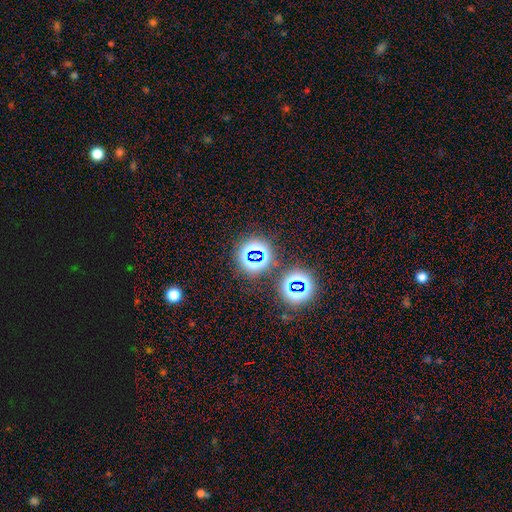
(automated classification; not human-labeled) Smooth or featured: star or artifact — 72% (smooth — 18%)